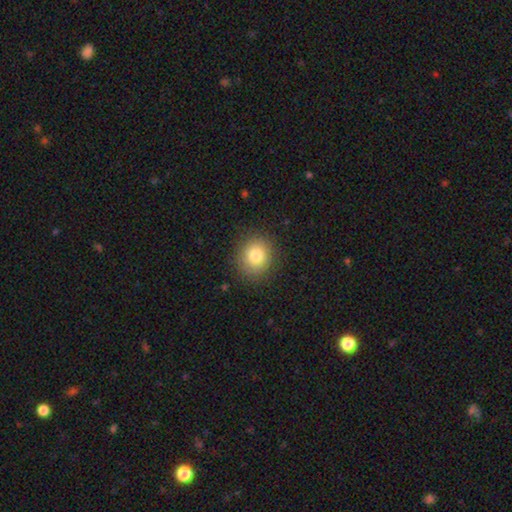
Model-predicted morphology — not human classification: Overall: smooth (82%). How rounded: round (83%). Merging: none (88%).